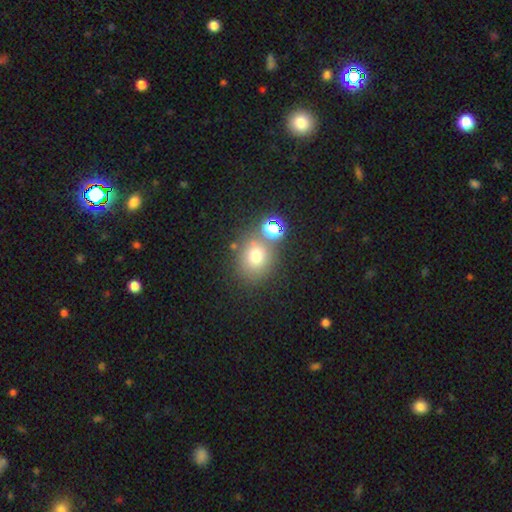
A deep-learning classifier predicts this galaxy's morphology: A smooth galaxy with no disk features (70%) that is round (75%). Merging: none (66%).